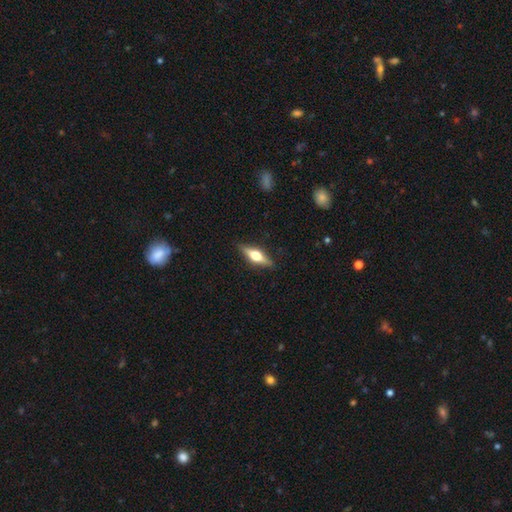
Smooth or featured?
  - featured or disk: 68% *
  - smooth: 22%
  - star or artifact: 10%
Edge-on disk?
  - yes: 100% *
  - no: 0%
Edge-on bulge?
  - rounded: 96% *
  - none: 4%
  - boxy: 0%
Merging?
  - none: 94% *
  - minor disturbance: 3%
  - major disturbance: 3%
  - merger: 0%